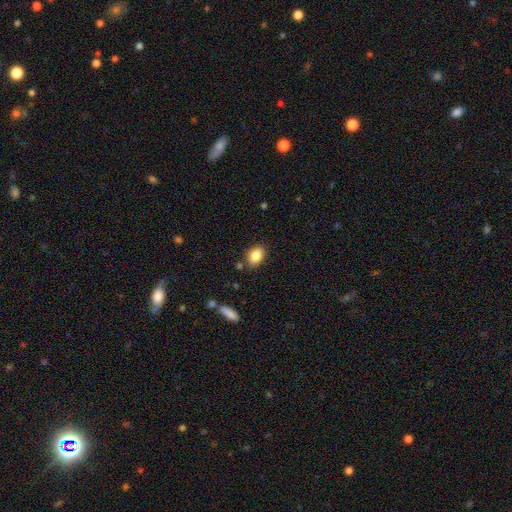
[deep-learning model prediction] A smooth galaxy with no disk features (85%) that is in between round and cigar-shaped (75%). Merging: none (82%).